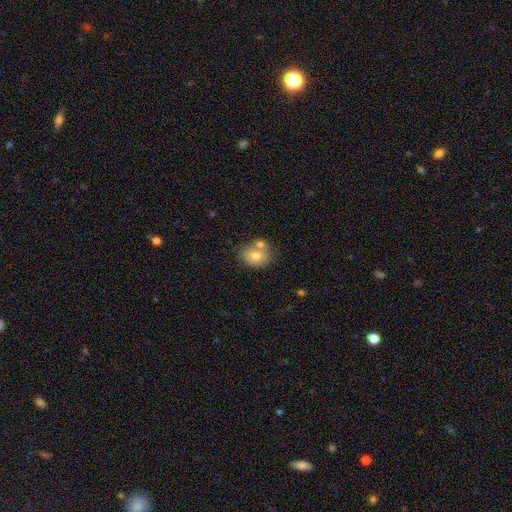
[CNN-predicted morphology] This appears to be a smooth galaxy with no disk features (70%) that is round (55%). Merging: none (51%).